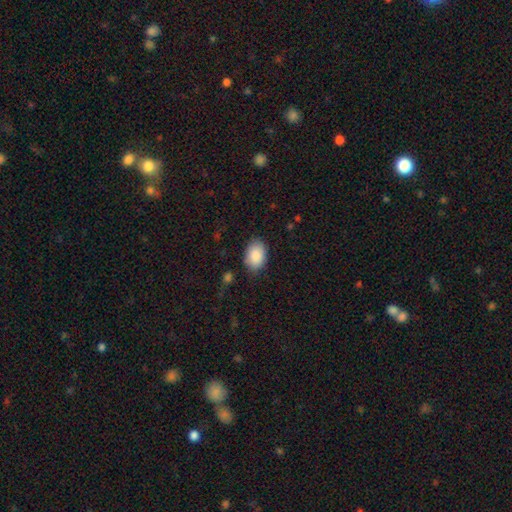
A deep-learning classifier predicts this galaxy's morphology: smooth_or_featured: smooth (p=0.88) [alt: star or artifact p=0.07]
how_rounded: in between (p=0.85) [alt: round p=0.14]
merging: none (p=0.81) [alt: minor disturbance p=0.14]